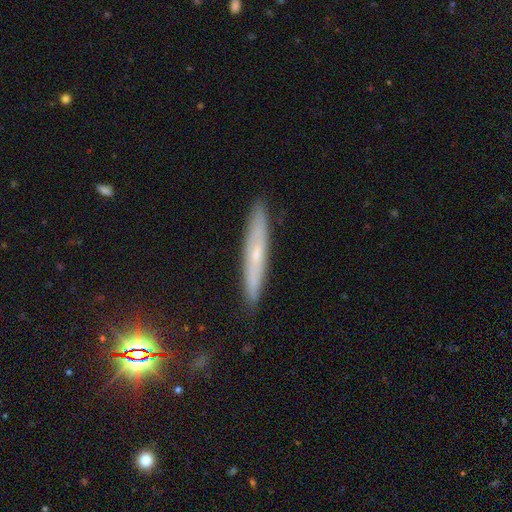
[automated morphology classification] A featured or disk galaxy (52%) viewed edge-on (85%).

Vote fractions:
- Smooth or featured? featured or disk: 52% / smooth: 40% / star or artifact: 9%
- Edge-on disk? yes: 85% / no: 15%
- Merging? none: 89% / minor disturbance: 9% / major disturbance: 1% / merger: 1%